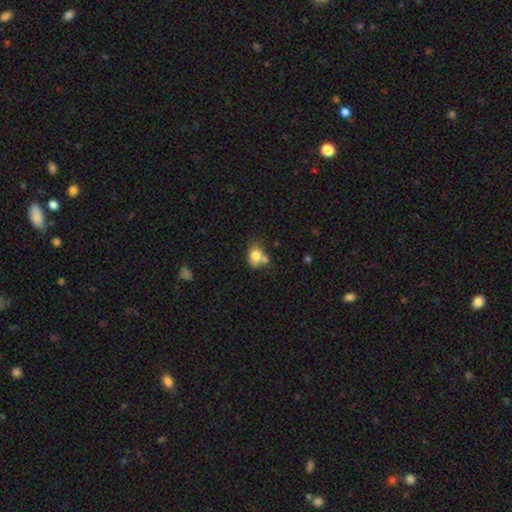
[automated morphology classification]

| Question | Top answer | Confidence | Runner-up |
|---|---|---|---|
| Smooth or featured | smooth | 79% | featured or disk (12%) |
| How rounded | in between | 54% | round (45%) |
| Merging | none | 48% | merger (29%) |